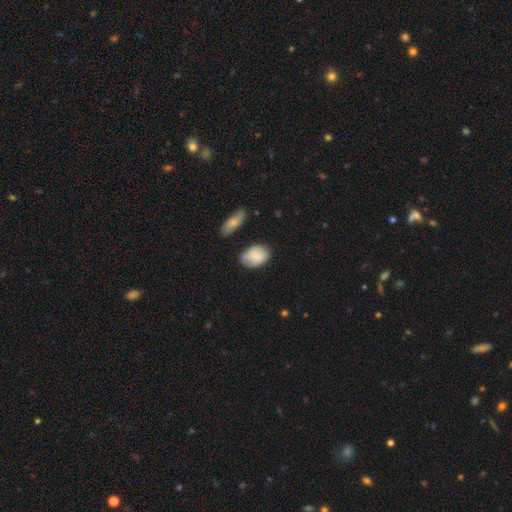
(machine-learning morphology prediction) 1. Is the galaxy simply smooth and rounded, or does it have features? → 76% smooth, 17% featured or disk, 7% star or artifact.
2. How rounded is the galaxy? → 84% in between, 14% round, 2% cigar-shaped.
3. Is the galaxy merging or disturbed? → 70% none, 21% minor disturbance, 5% merger, 4% major disturbance.